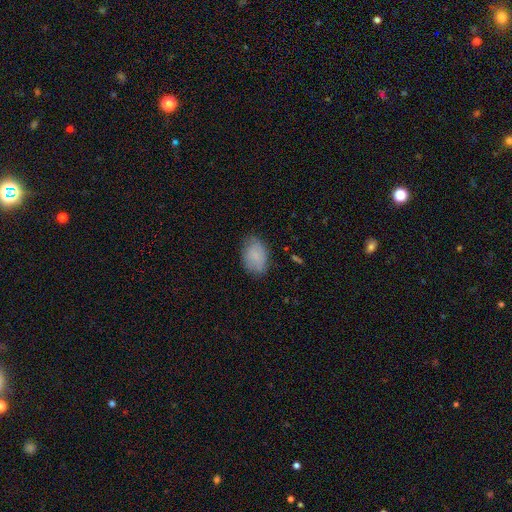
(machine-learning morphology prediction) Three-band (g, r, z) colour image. It shows a smooth galaxy with no disk features (79%) that is in between round and cigar-shaped (87%). Merging: none (73%).